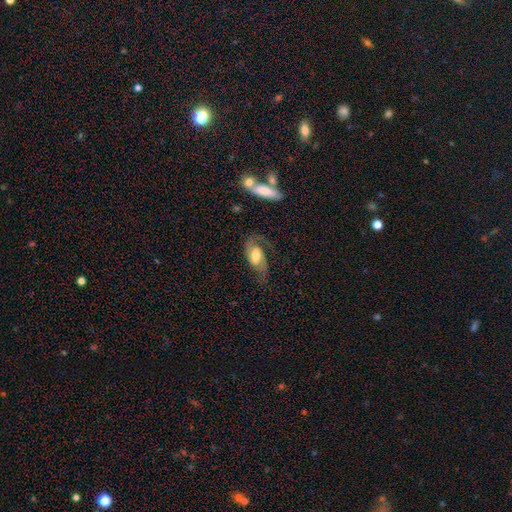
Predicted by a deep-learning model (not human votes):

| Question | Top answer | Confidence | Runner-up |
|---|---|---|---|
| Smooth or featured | featured or disk | 64% | smooth (29%) |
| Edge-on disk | no | 93% | yes (7%) |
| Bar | no | 43% | weak (40%) |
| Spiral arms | yes | 90% | no (10%) |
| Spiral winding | medium | 43% | loose (42%) |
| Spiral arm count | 2 | 79% | 1 (12%) |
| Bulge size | moderate | 58% | large (23%) |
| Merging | none | 53% | minor disturbance (22%) |